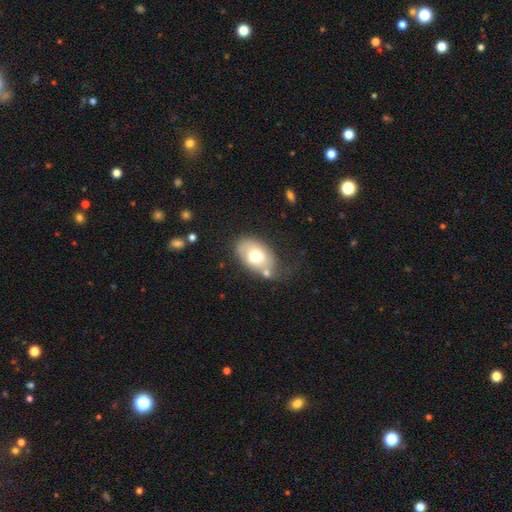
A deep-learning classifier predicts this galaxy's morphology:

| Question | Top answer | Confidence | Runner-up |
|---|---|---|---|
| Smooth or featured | smooth | 67% | featured or disk (25%) |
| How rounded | in between | 85% | round (14%) |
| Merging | none | 56% | minor disturbance (22%) |